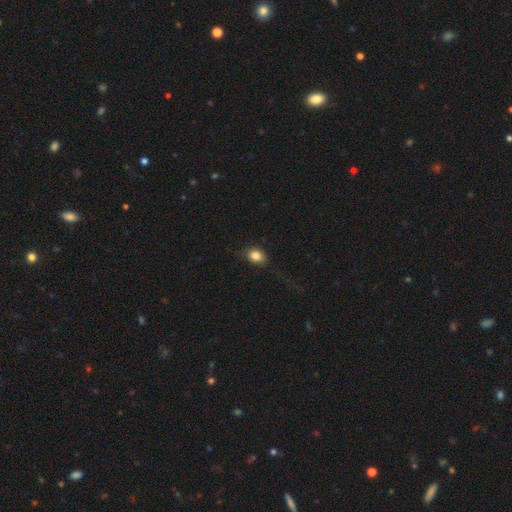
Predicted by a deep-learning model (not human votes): smooth-or-featured: smooth: 83% | star or artifact: 10% | featured or disk: 7%
  how-rounded: in between: 58% | round: 40% | cigar-shaped: 1%
  merging: none: 77% | minor disturbance: 15% | major disturbance: 6% | merger: 1%